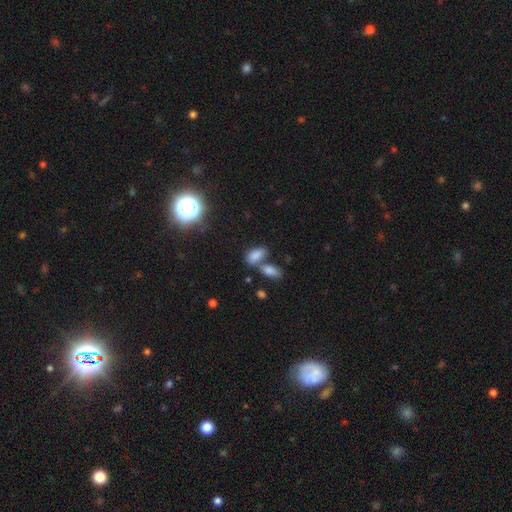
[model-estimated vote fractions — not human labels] Q: Smooth or featured?
A: smooth (81%); runner-up: star or artifact (12%)
Q: How rounded?
A: in between (89%); runner-up: round (6%)
Q: Merging?
A: none (45%); runner-up: merger (39%)